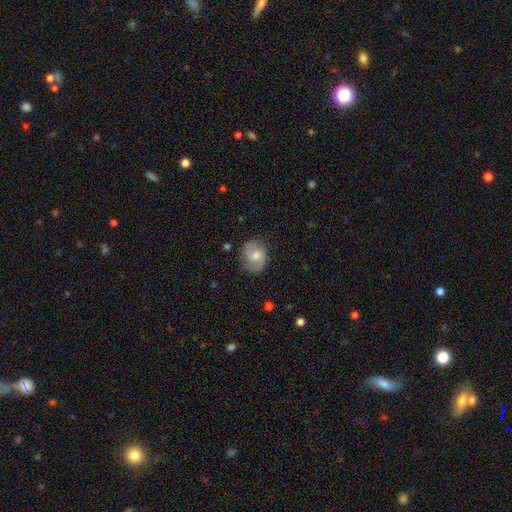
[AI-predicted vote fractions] The model was most divided on "spiral winding": medium: 43%, tight: 39%, loose: 18%. More confident: edge-on disk — no (97%); spiral arms — yes (91%); spiral arm count — 2 (78%); merging — none (77%); smooth or featured — featured or disk (62%); bulge size — moderate (56%); bar — no (55%).